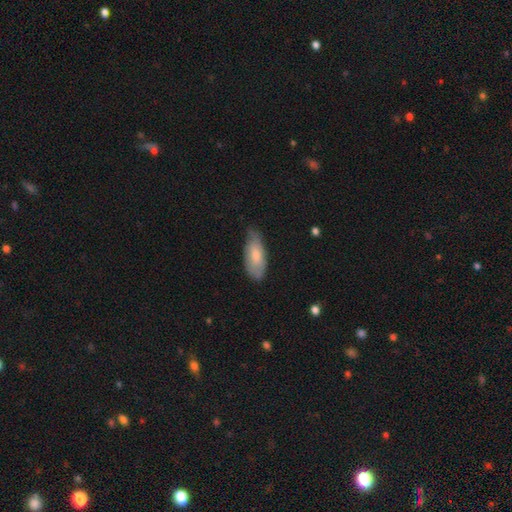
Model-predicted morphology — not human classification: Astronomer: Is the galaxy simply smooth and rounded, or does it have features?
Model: smooth — 72%.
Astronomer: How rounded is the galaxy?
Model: in between — 83%.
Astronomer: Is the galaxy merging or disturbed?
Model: none — 61%.